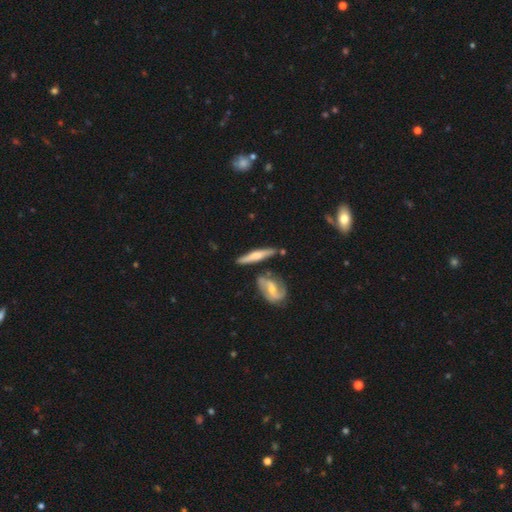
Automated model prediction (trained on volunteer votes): This is likely a featured or disk galaxy (60%). It is clearly viewed edge-on (85%). Edge-on bulge: likely rounded (77%). Merging: likely none (72%).